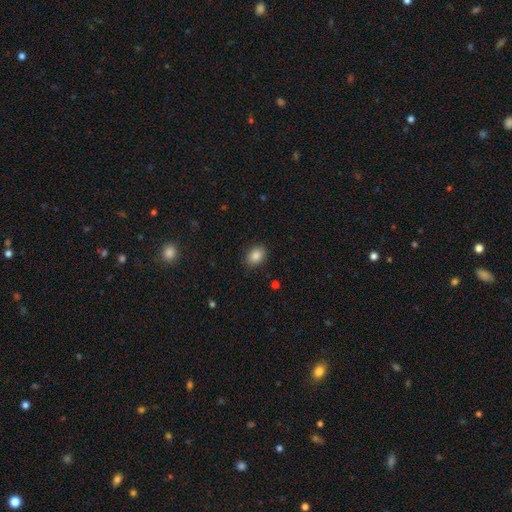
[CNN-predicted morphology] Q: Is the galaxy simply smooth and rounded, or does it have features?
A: smooth — 87%.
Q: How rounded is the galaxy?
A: in between — 73%.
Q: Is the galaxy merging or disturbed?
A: none — 88%.